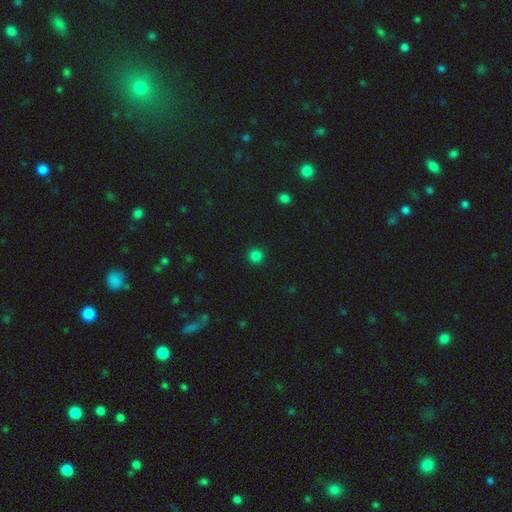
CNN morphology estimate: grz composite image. It shows a smooth galaxy with no disk features (83%) that is round (95%). Merging: none (92%).